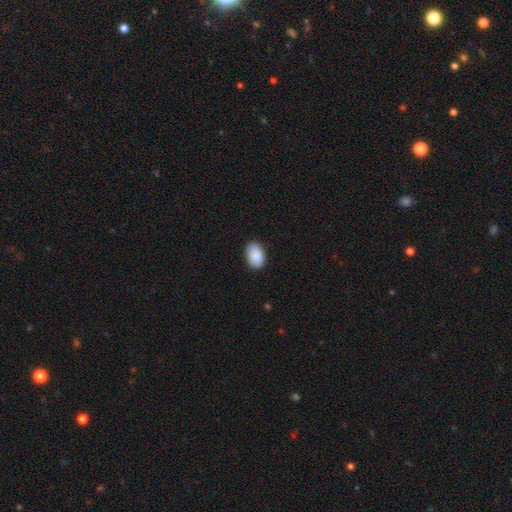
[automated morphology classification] Q: Smooth or featured?
A: smooth (90%); runner-up: star or artifact (6%)
Q: How rounded?
A: in between (90%); runner-up: round (9%)
Q: Merging?
A: none (85%); runner-up: minor disturbance (12%)